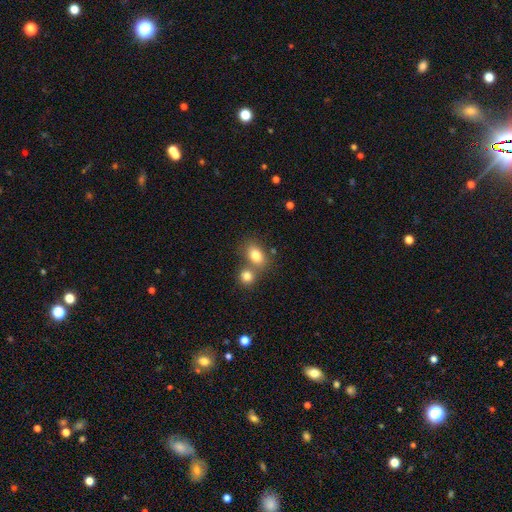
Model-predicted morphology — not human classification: Smooth or featured: smooth — 80% (featured or disk — 10%)
How rounded: in between — 73% (round — 25%)
Merging: none — 47% (merger — 40%)